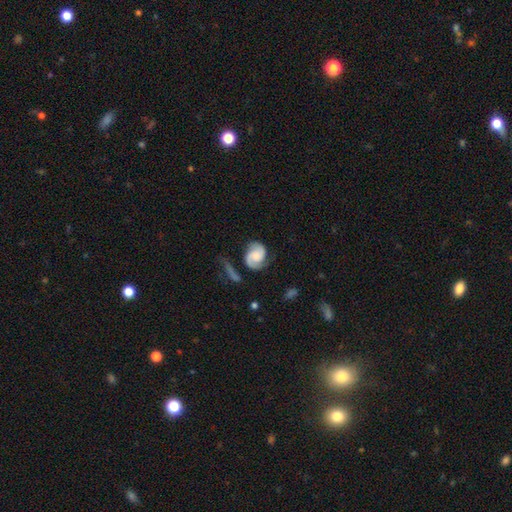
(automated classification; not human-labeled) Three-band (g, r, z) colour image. It shows a featured or disk galaxy (80%) with no bar (59%), 2 (89%) medium (47%) spiral arms (96%) and a moderate central bulge (33%). Merging: none (64%).